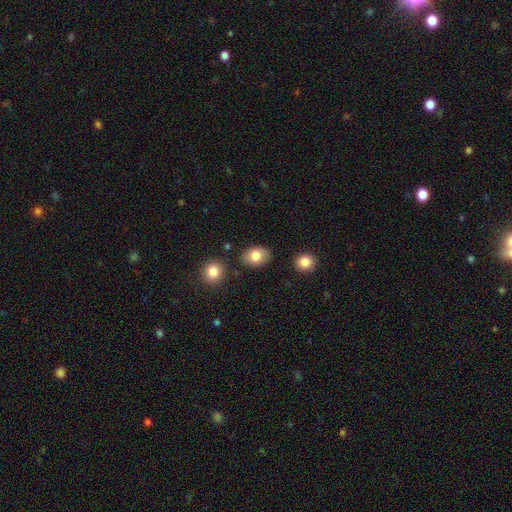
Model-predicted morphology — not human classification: type=smooth (82%); roundness=in between (72%); merging=none (82%).